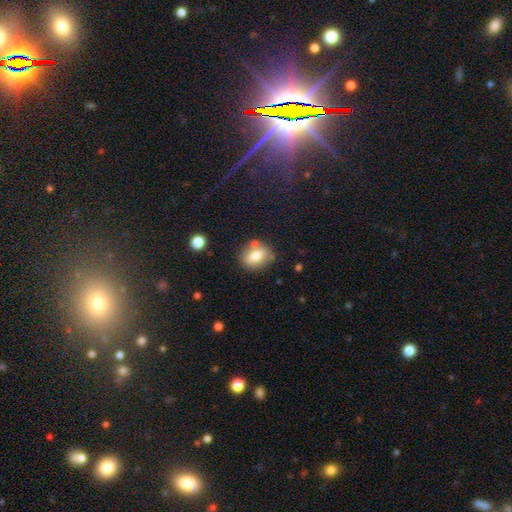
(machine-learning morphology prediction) smooth_or_featured: smooth (p=0.72) [alt: featured or disk p=0.19]
how_rounded: in between (p=0.57) [alt: round p=0.41]
merging: none (p=0.74) [alt: minor disturbance p=0.13]